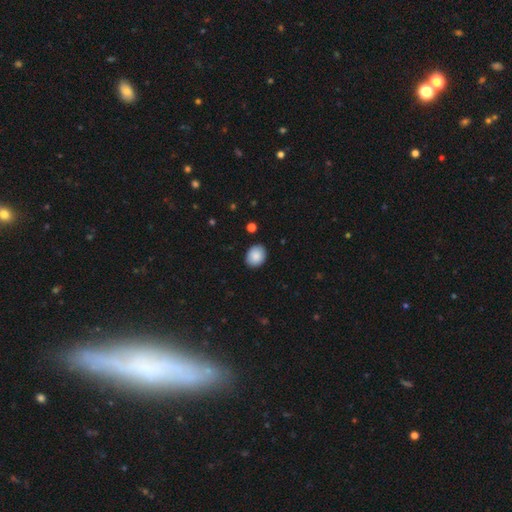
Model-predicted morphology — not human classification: Smooth or featured? smooth (89%)
How rounded? in between (51%)
Merging? none (88%)